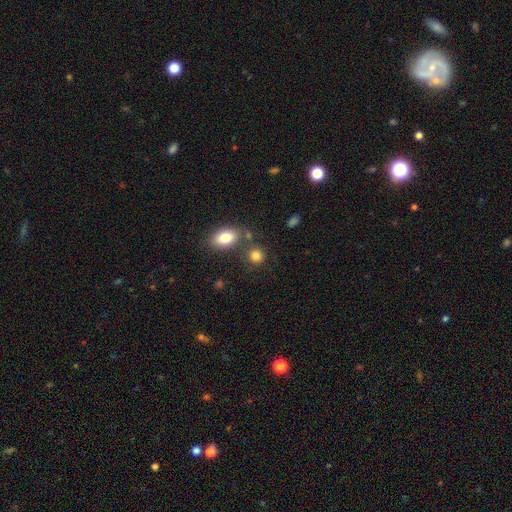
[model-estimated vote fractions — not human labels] This is clearly a smooth galaxy (83%). How rounded: likely round (75%). Merging: likely none (71%).